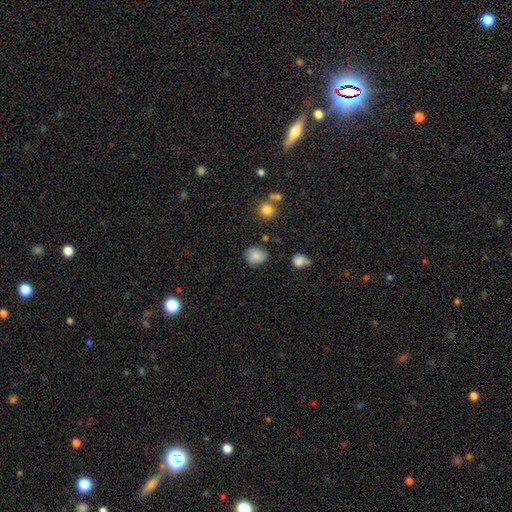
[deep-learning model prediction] Morphology: type=smooth (73%); roundness=round (64%); merging=none (68%).